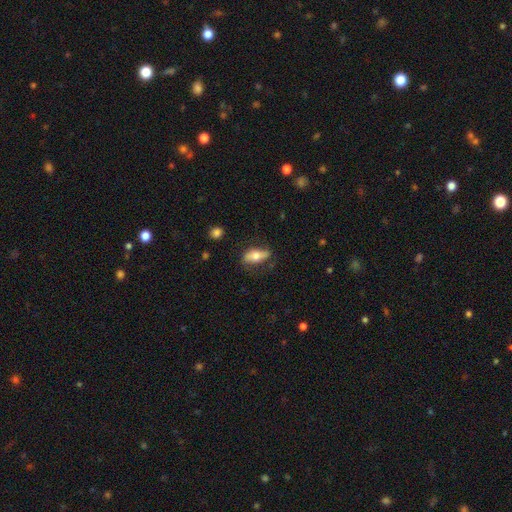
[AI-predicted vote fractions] Smooth or featured: smooth — 62% (featured or disk — 31%)
How rounded: in between — 77% (cigar-shaped — 19%)
Merging: none — 69% (minor disturbance — 21%)